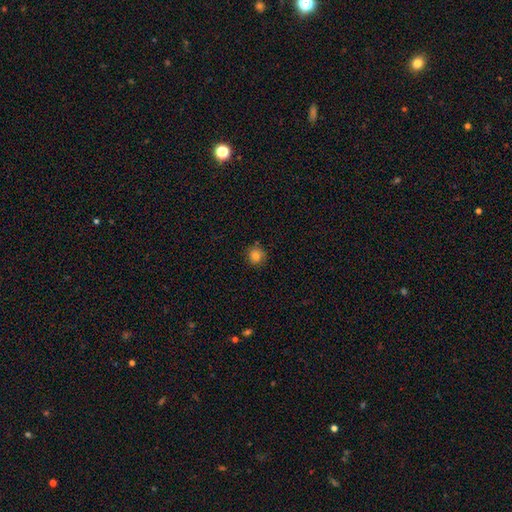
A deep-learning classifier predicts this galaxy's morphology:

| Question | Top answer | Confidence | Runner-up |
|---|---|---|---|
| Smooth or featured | smooth | 81% | star or artifact (12%) |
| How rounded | round | 92% | in between (7%) |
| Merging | none | 86% | minor disturbance (10%) |